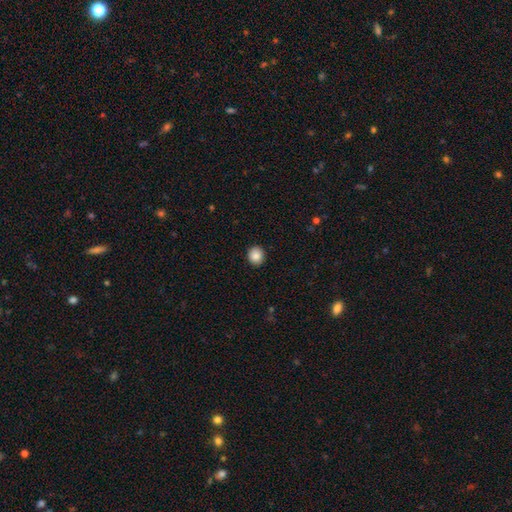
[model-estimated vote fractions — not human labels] Smooth or featured: smooth — 88% (star or artifact — 9%)
How rounded: round — 83% (in between — 16%)
Merging: none — 92% (minor disturbance — 6%)